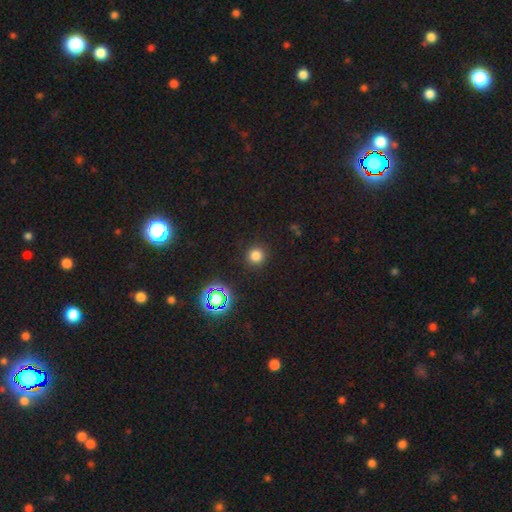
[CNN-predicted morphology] Q: Smooth or featured?
A: smooth (77%); runner-up: star or artifact (18%)
Q: How rounded?
A: round (94%); runner-up: in between (5%)
Q: Merging?
A: none (91%); runner-up: minor disturbance (5%)